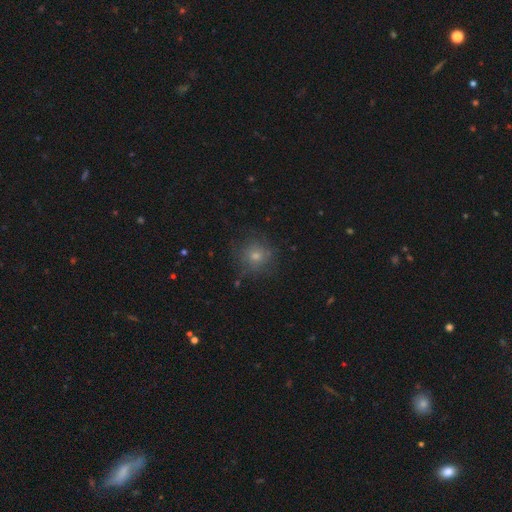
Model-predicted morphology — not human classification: Smooth or featured?
  - smooth: 62% *
  - star or artifact: 25%
  - featured or disk: 13%
How rounded?
  - round: 93% *
  - in between: 6%
  - cigar-shaped: 1%
Merging?
  - none: 83% *
  - minor disturbance: 11%
  - major disturbance: 4%
  - merger: 1%